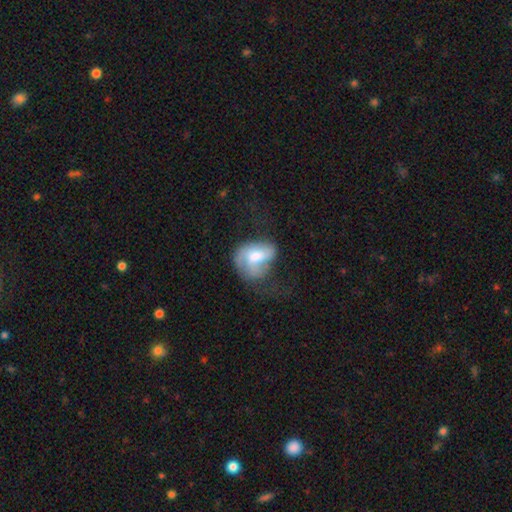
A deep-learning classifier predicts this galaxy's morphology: Smooth or featured? smooth (47%)
Merging? major disturbance (42%)